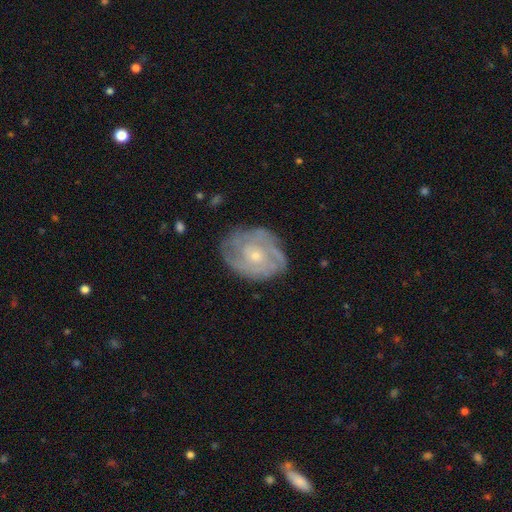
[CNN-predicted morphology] Smooth or featured? featured or disk (76%)
Edge-on disk? no (97%)
Bar? no (77%)
Spiral arms? yes (87%)
Spiral winding? tight (61%)
Spiral arm count? can't tell (39%)
Bulge size? small (66%)
Merging? none (74%)